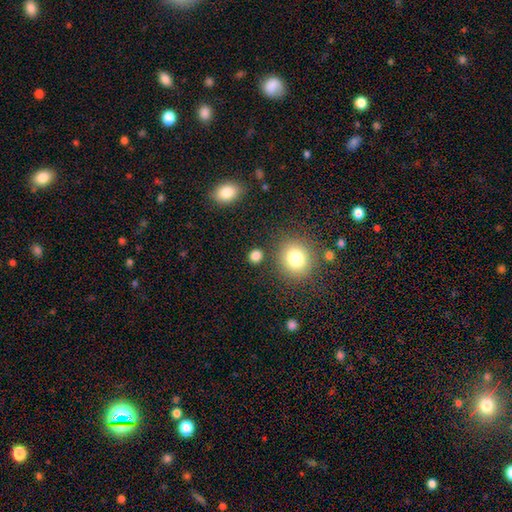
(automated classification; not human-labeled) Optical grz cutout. It shows a smooth galaxy with no disk features (82%) that is round (81%). Merging: none (82%).